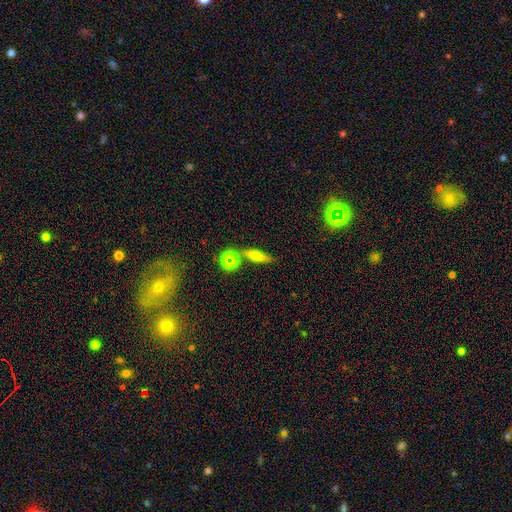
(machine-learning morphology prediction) Smooth or featured: smooth — 52% (featured or disk — 32%)
How rounded: cigar-shaped — 55% (in between — 37%)
Merging: none — 70% (minor disturbance — 13%)